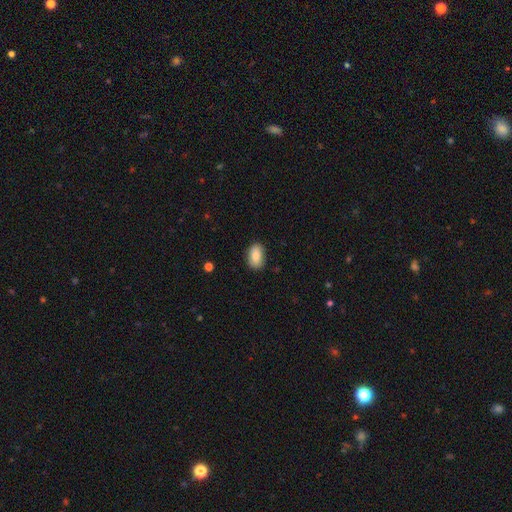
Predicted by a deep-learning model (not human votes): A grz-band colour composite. It shows a smooth galaxy with no disk features (81%) that is in between round and cigar-shaped (89%). Merging: none (85%).